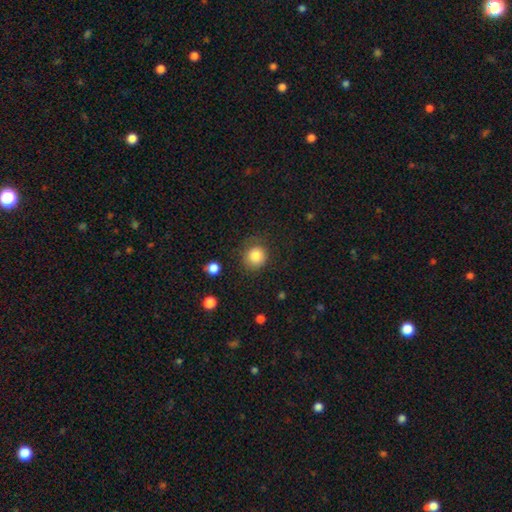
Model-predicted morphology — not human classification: A smooth galaxy with no disk features (85%) that is round (88%).

Vote fractions:
- Smooth or featured? smooth: 85% / star or artifact: 10% / featured or disk: 6%
- How rounded? round: 88% / in between: 11% / cigar-shaped: 1%
- Merging? none: 74% / minor disturbance: 17% / major disturbance: 7% / merger: 2%